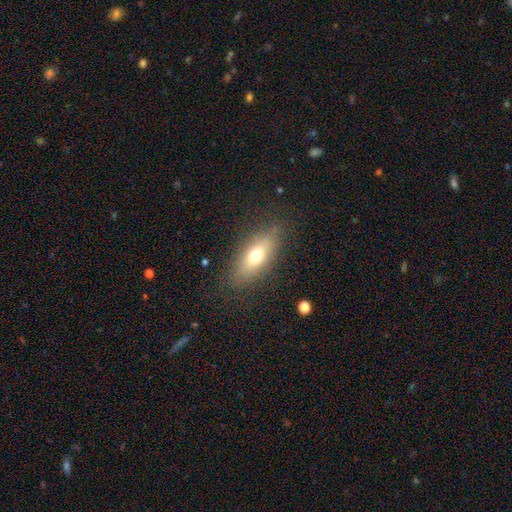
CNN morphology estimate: This is likely a smooth galaxy (66%). How rounded: likely in between (72%). Merging: clearly none (81%).